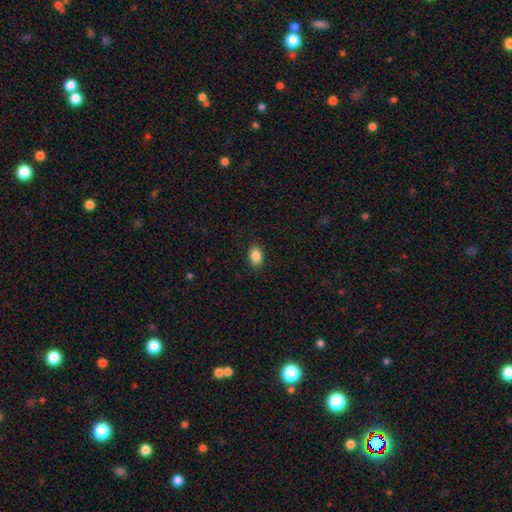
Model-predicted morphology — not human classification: Smooth or featured? smooth (88%)
How rounded? in between (87%)
Merging? none (89%)